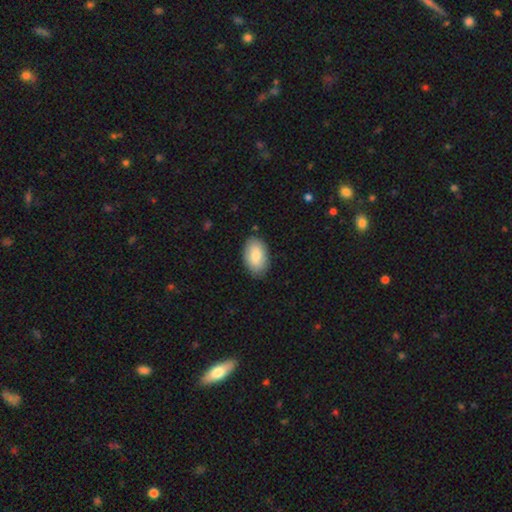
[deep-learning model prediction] Smooth or featured? Predicted: smooth (p=0.81). How rounded? Predicted: in between (p=0.93). Merging? Predicted: none (p=0.86).